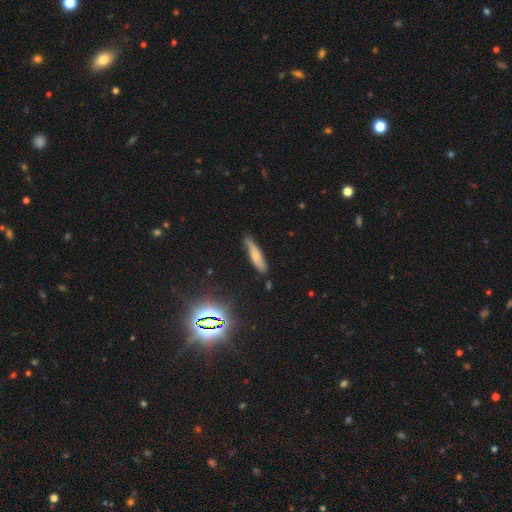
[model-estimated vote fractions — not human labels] smooth_or_featured: smooth (p=0.59) [alt: featured or disk p=0.32]
how_rounded: cigar-shaped (p=0.79) [alt: in between p=0.19]
merging: none (p=0.66) [alt: minor disturbance p=0.26]